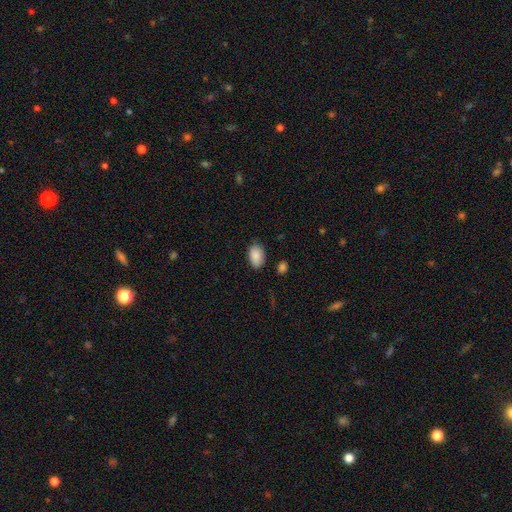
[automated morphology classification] The model was most divided on "merging": none: 77%, minor disturbance: 17%, major disturbance: 3%, merger: 2%. More confident: how rounded — in between (90%); smooth or featured — smooth (89%).